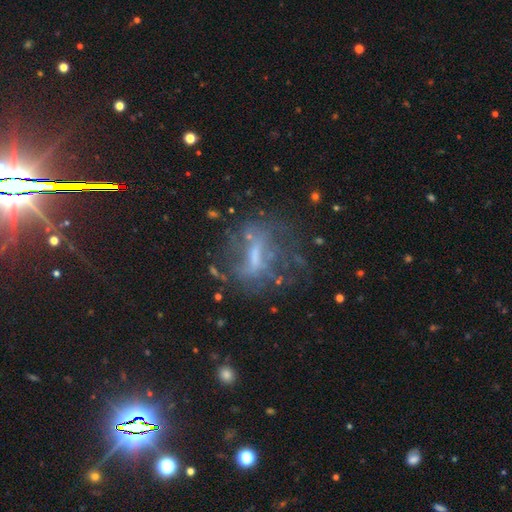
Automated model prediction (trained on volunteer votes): This is possibly a featured or disk galaxy (60%). It is clearly not viewed edge-on (90%). Bar: marginally weak (38%). Spiral arm pattern: likely no (61%). Central bulge: marginally none (33%). Merging: possibly none (52%).